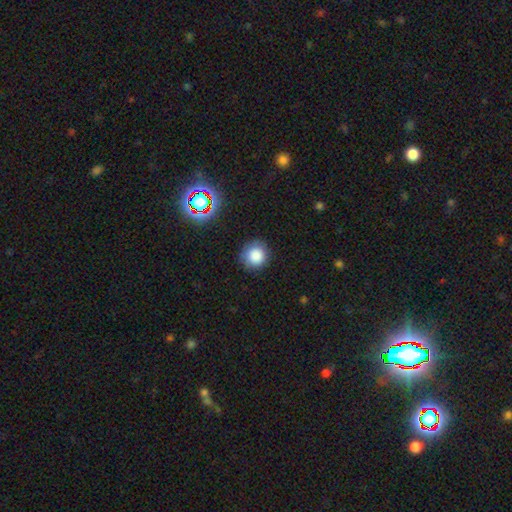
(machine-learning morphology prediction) A smooth galaxy with no disk features (84%) that is round (93%).

Vote fractions:
- Smooth or featured? smooth: 84% / star or artifact: 12% / featured or disk: 5%
- How rounded? round: 93% / in between: 6% / cigar-shaped: 1%
- Merging? none: 86% / minor disturbance: 10% / major disturbance: 3% / merger: 1%